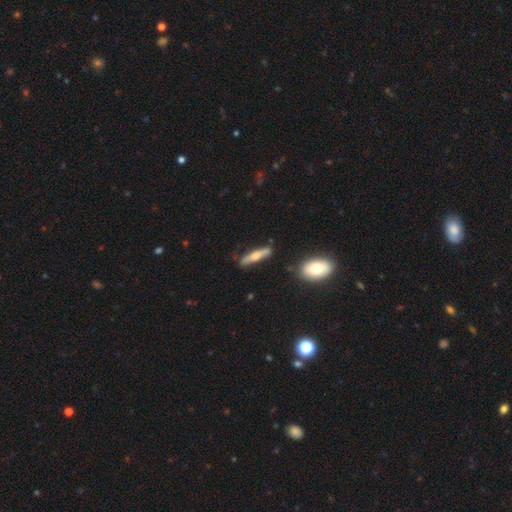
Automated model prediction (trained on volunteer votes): Smooth or featured? featured or disk (52%)
Edge-on disk? yes (91%)
Merging? none (83%)